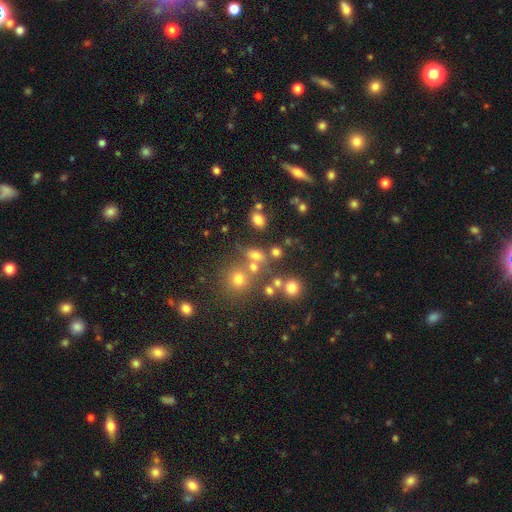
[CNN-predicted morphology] The model was most divided on "how rounded": in between: 52%, round: 45%, cigar-shaped: 3%. More confident: smooth or featured — smooth (64%); merging — none (53%).